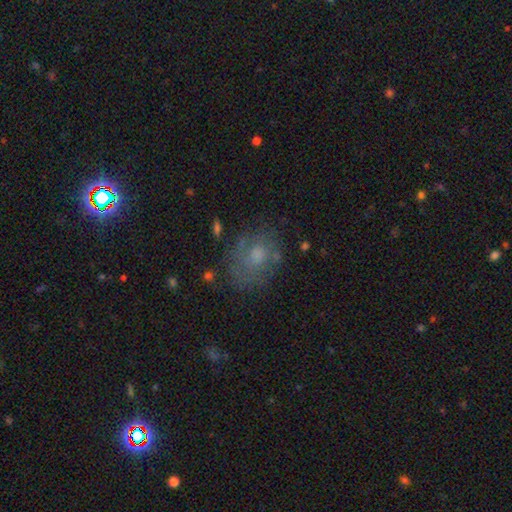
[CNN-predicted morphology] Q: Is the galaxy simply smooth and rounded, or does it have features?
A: smooth — 49%.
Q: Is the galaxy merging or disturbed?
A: none — 62%.